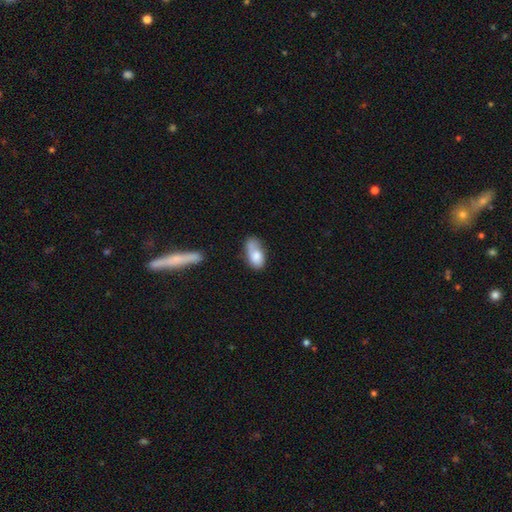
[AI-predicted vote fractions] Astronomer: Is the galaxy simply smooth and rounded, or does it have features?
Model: smooth — 75%.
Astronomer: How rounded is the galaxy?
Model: in between — 91%.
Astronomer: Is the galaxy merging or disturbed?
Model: none — 37% (runner-up: minor disturbance, 30%).